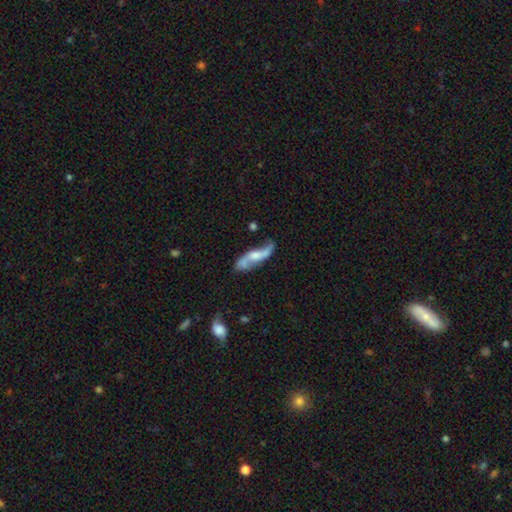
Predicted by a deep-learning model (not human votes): The model was most divided on "bulge size": moderate: 43%, small: 27%, none: 17%, large: 11%, dominant: 2%. More confident: spiral arms — yes (89%); spiral arm count — 2 (89%); edge-on disk — no (82%); spiral winding — loose (80%); smooth or featured — featured or disk (75%); merging — none (54%); bar — no (52%).